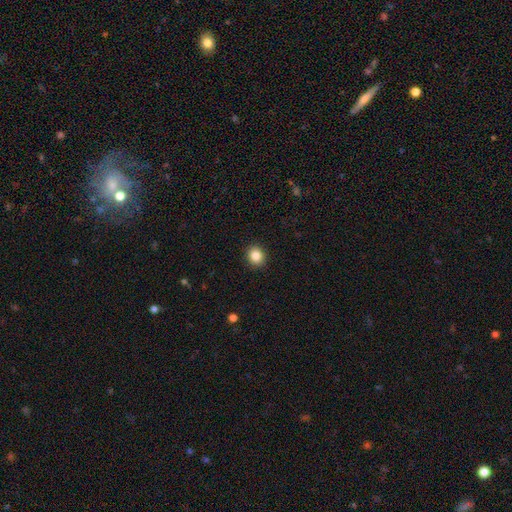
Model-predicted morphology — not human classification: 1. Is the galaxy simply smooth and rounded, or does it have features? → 85% smooth, 10% star or artifact, 5% featured or disk.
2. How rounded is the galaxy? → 78% round, 21% in between, 1% cigar-shaped.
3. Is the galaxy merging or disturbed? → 92% none, 6% minor disturbance, 2% major disturbance, 1% merger.